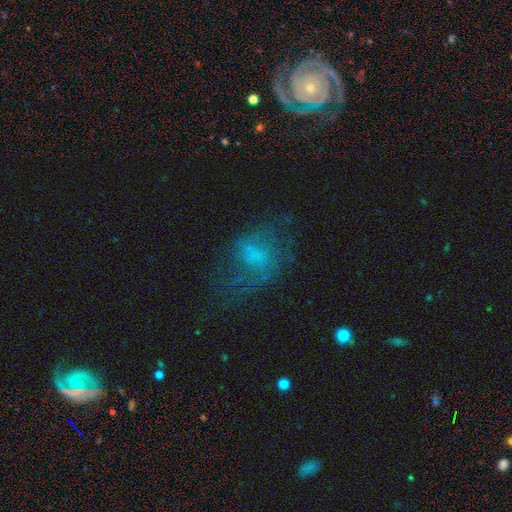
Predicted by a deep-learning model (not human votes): A featured or disk galaxy (45%).

Vote fractions:
- Smooth or featured? featured or disk: 45% / smooth: 37% / star or artifact: 18%
- Merging? none: 44% / major disturbance: 34% / minor disturbance: 20% / merger: 3%